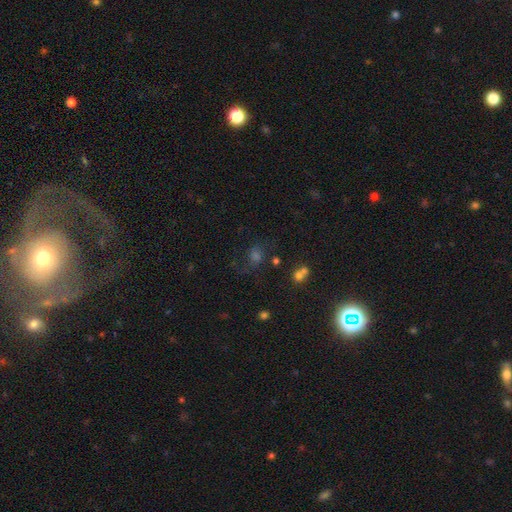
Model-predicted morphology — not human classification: A star or artifact, not a galaxy (42%).